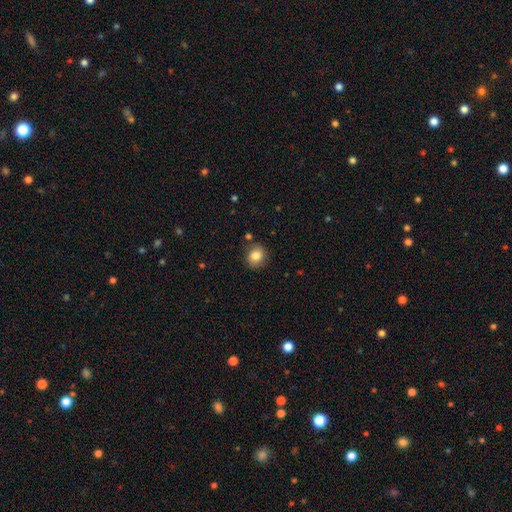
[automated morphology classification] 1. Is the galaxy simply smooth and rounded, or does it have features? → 83% smooth, 9% star or artifact, 8% featured or disk.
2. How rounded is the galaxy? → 76% round, 23% in between, 1% cigar-shaped.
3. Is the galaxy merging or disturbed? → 84% none, 11% minor disturbance, 3% merger, 3% major disturbance.